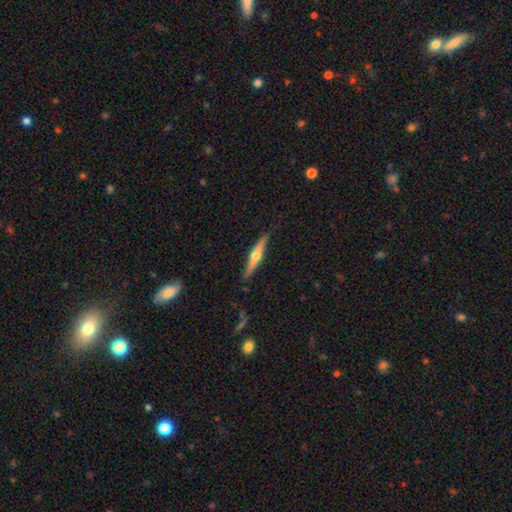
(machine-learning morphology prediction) This appears to be a featured or disk galaxy (66%) viewed edge-on (97%) with a rounded central bulge (93%). Merging: none (87%).